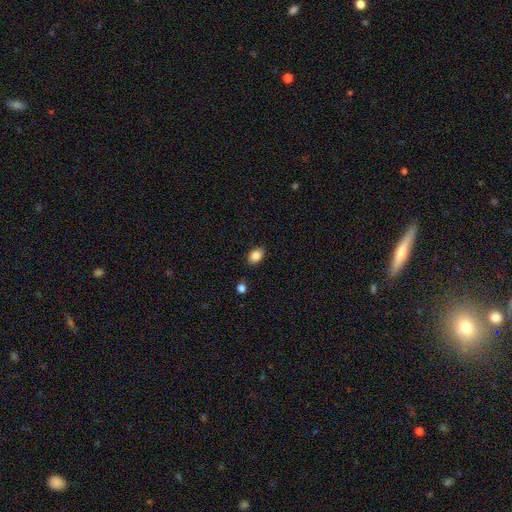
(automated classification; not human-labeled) Smooth or featured? smooth (87%)
How rounded? in between (71%)
Merging? none (87%)